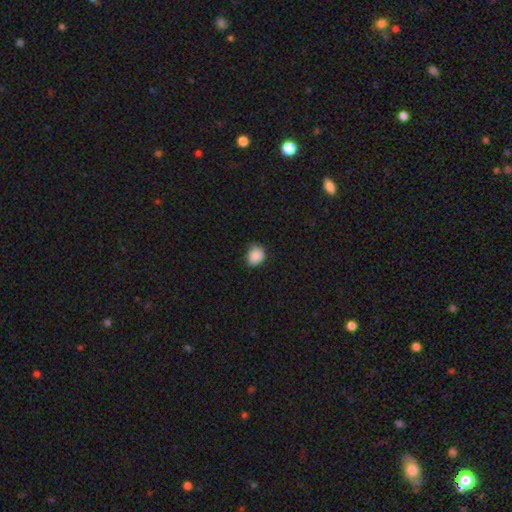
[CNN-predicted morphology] smooth 88%, star or artifact 9%, featured or disk 3%. Down the decision tree: how rounded — round (61%); merging — none (67%).